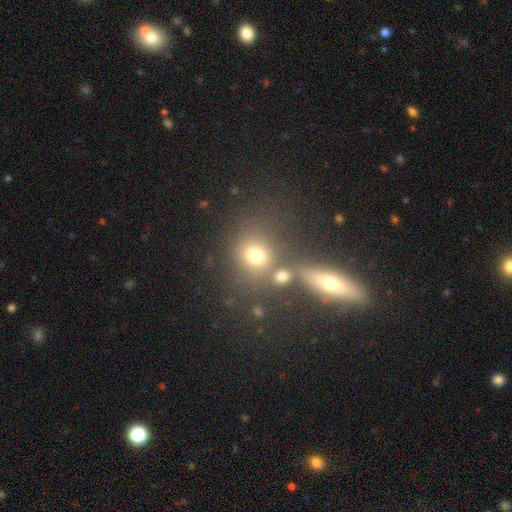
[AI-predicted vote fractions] A smooth galaxy with no disk features (72%) that is round (70%). Merging: none (55%).